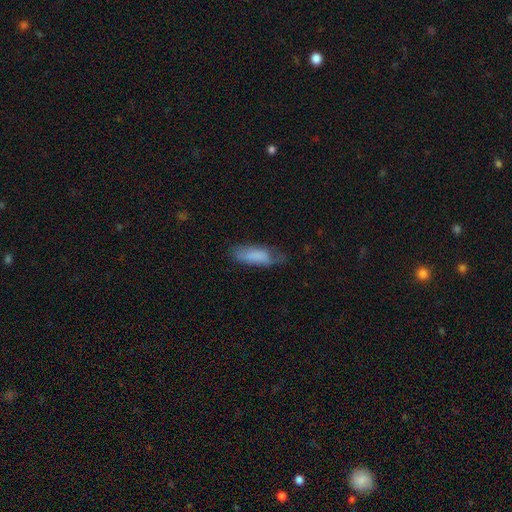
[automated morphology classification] Smooth or featured? smooth (78%)
How rounded? in between (63%)
Merging? none (56%)